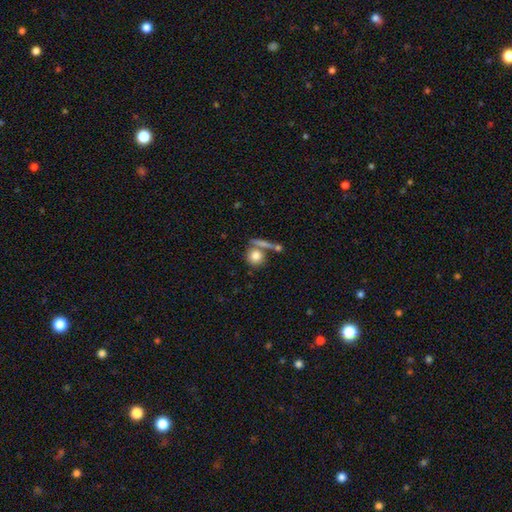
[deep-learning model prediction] Smooth or featured: smooth — 80% (featured or disk — 12%)
How rounded: round — 83% (in between — 13%)
Merging: none — 61% (merger — 23%)